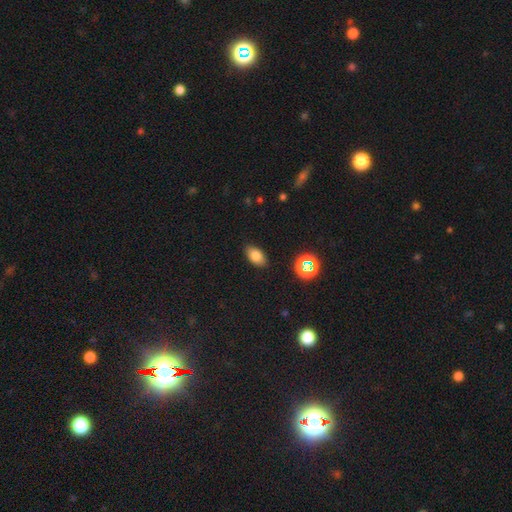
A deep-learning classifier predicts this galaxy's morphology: Smooth or featured? smooth (79%)
How rounded? in between (89%)
Merging? none (86%)